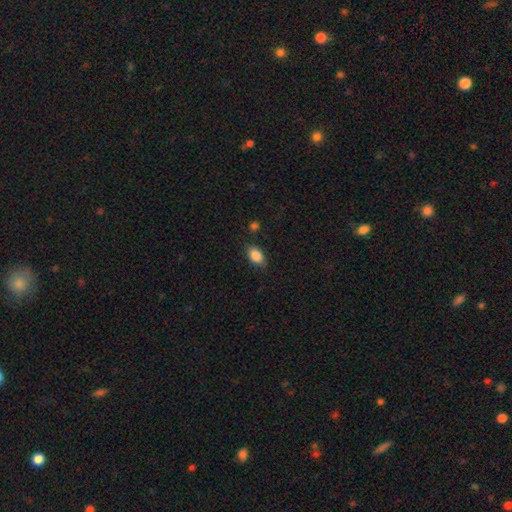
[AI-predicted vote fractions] This appears to be a smooth galaxy with no disk features (87%) that is in between round and cigar-shaped (88%). Merging: none (81%).